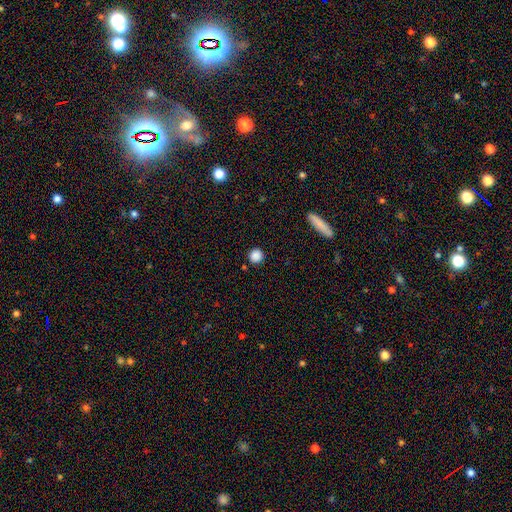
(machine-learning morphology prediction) smooth_or_featured: smooth (p=0.87) [alt: star or artifact p=0.10]
how_rounded: round (p=0.92) [alt: in between p=0.06]
merging: none (p=0.89) [alt: minor disturbance p=0.07]